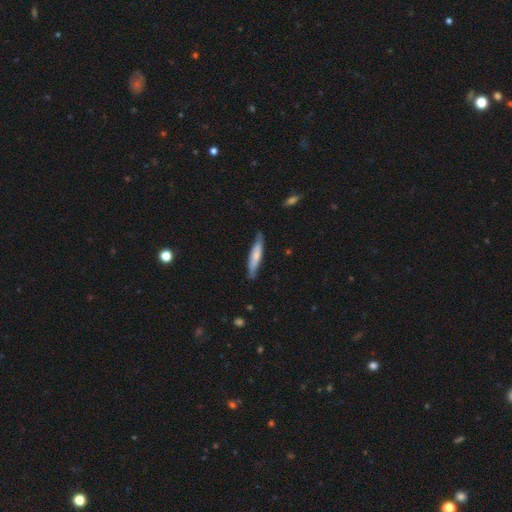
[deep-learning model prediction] A smooth galaxy with no disk features (60%) that is cigar-shaped (86%).

Vote fractions:
- Smooth or featured? smooth: 60% / featured or disk: 35% / star or artifact: 5%
- How rounded? cigar-shaped: 86% / in between: 12% / round: 1%
- Merging? none: 77% / minor disturbance: 19% / major disturbance: 3% / merger: 1%